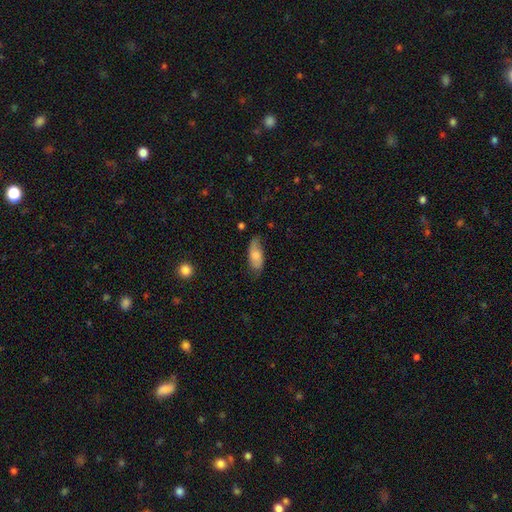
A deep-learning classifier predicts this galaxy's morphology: This appears to be a smooth galaxy with no disk features (68%) that is in between round and cigar-shaped (84%). Merging: none (67%).